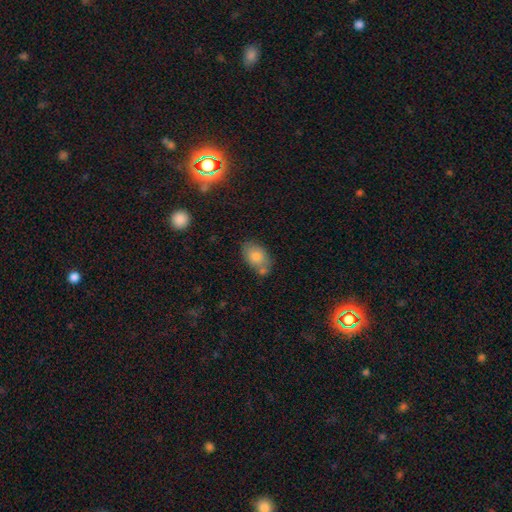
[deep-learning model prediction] This is likely a smooth galaxy (64%). How rounded: likely in between (79%). Merging: likely none (64%).